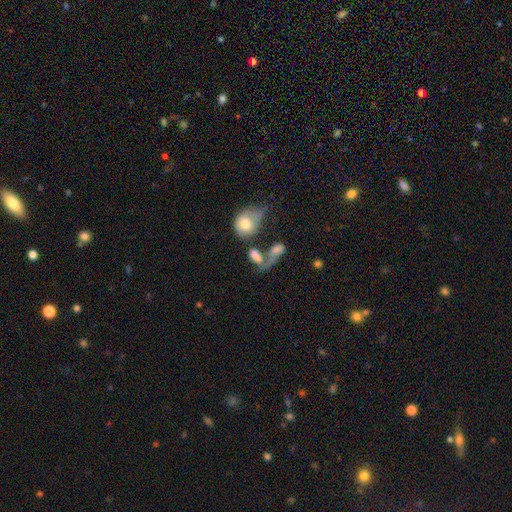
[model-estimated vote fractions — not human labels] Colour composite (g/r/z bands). It shows a smooth galaxy with no disk features (65%) that is in between round and cigar-shaped (80%). Merging: merger (51%).